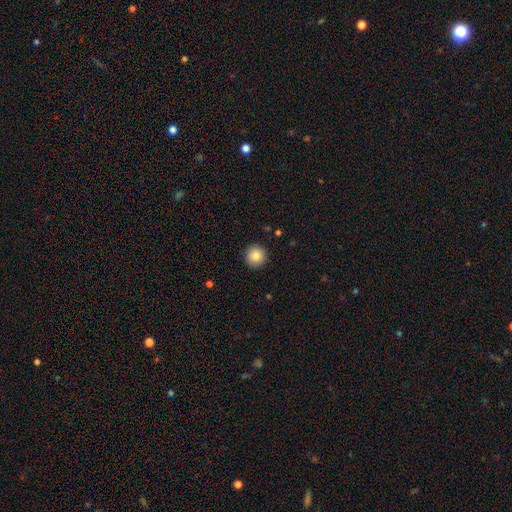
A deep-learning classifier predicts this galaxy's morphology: A smooth galaxy with no disk features (86%) that is round (95%).

Vote fractions:
- Smooth or featured? smooth: 86% / star or artifact: 9% / featured or disk: 5%
- How rounded? round: 95% / in between: 4% / cigar-shaped: 1%
- Merging? none: 92% / minor disturbance: 5% / major disturbance: 2% / merger: 1%